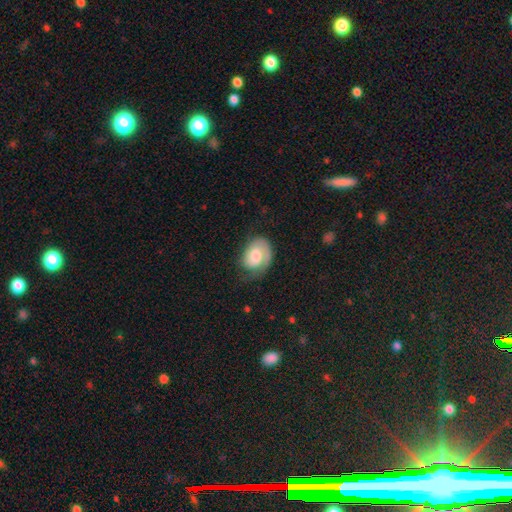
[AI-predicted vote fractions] Smooth or featured? featured or disk (52%)
Edge-on disk? no (97%)
Bar? no (70%)
Spiral arms? yes (85%)
Bulge size? moderate (54%)
Merging? none (54%)